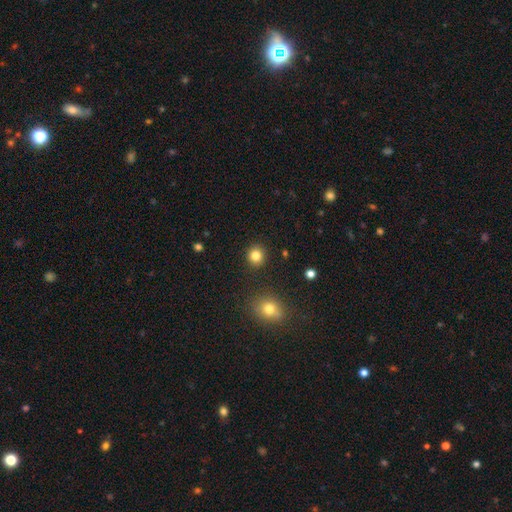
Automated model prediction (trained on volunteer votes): Smooth or featured? Predicted: smooth (p=0.83). How rounded? Predicted: round (p=0.86). Merging? Predicted: none (p=0.91).